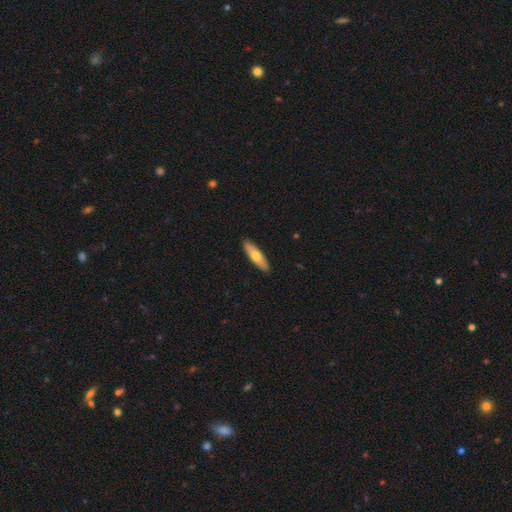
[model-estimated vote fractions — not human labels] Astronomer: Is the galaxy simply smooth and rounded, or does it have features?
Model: smooth — 66%.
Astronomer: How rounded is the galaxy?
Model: cigar-shaped — 62%.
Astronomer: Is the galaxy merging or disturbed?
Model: none — 91%.